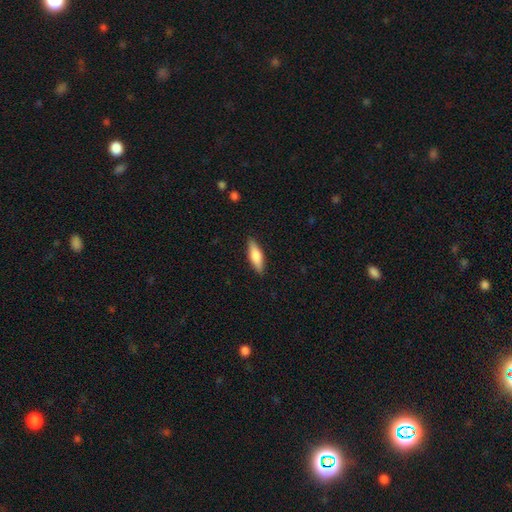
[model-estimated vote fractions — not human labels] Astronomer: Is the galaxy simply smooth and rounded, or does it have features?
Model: smooth — 72%.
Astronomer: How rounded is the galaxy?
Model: in between — 50% (runner-up: cigar-shaped, 48%).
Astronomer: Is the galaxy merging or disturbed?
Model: none — 88%.